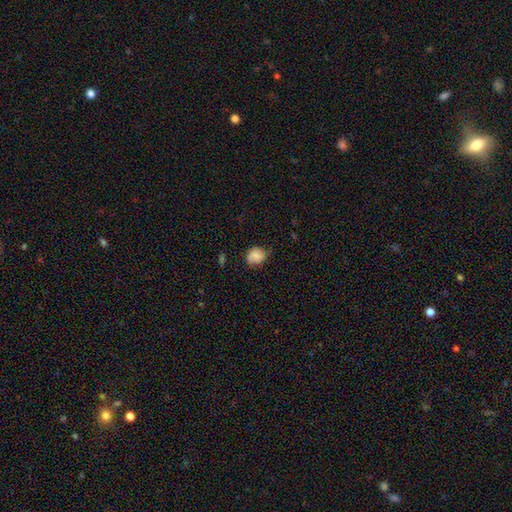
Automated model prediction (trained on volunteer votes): Smooth or featured: smooth — 75% (featured or disk — 16%)
How rounded: round — 57% (in between — 42%)
Merging: none — 62% (minor disturbance — 30%)